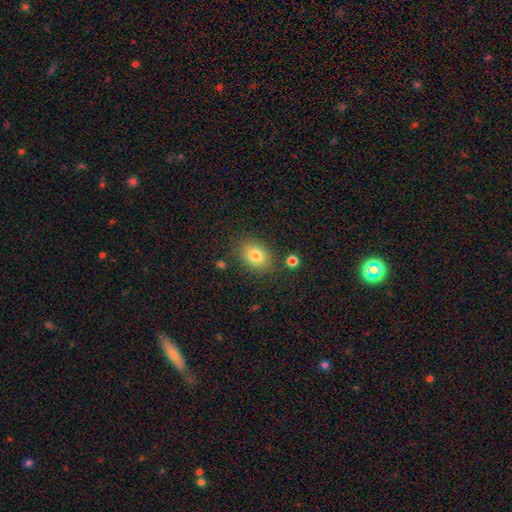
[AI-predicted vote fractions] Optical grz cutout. It shows a smooth galaxy with no disk features (82%) that is in between round and cigar-shaped (65%). Merging: none (81%).